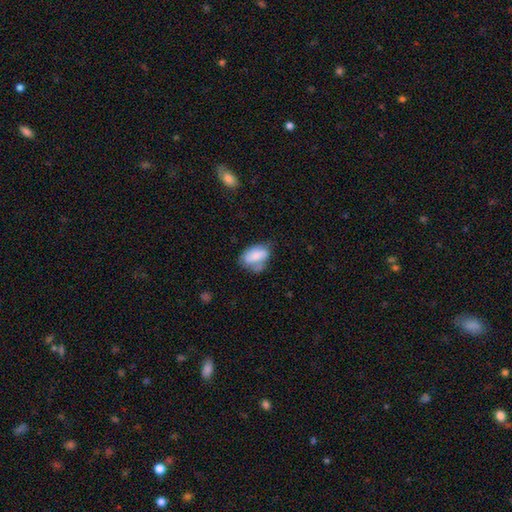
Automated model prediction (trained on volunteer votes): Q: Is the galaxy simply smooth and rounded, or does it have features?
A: smooth — 73%.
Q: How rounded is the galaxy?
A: in between — 89%.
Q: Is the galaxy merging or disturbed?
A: none — 43%.